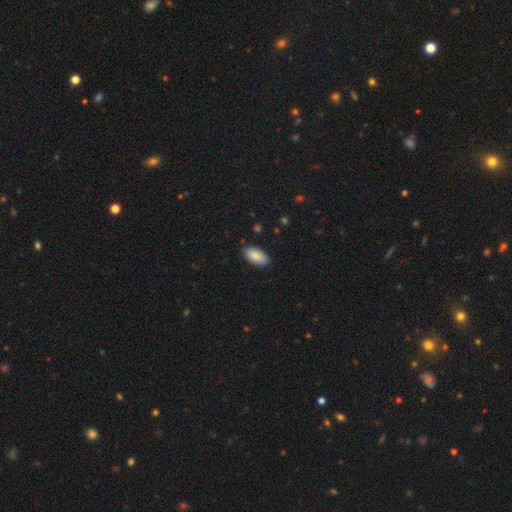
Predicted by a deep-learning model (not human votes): smooth-or-featured: smooth: 89% | star or artifact: 6% | featured or disk: 5%
  how-rounded: in between: 94% | cigar-shaped: 4% | round: 2%
  merging: none: 88% | minor disturbance: 9% | major disturbance: 2% | merger: 1%